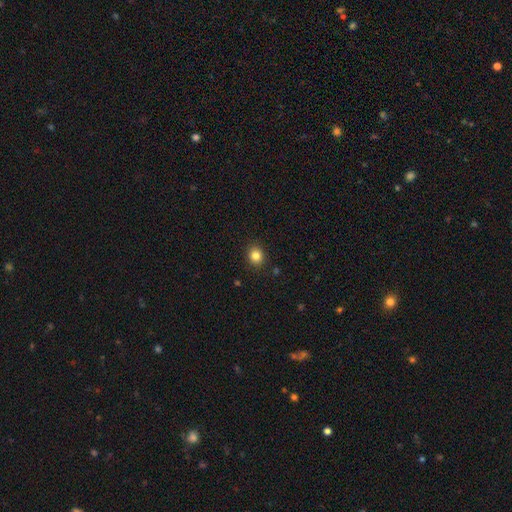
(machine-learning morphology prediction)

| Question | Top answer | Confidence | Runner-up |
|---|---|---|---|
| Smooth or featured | smooth | 83% | star or artifact (11%) |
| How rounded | round | 74% | in between (25%) |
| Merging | none | 90% | minor disturbance (7%) |